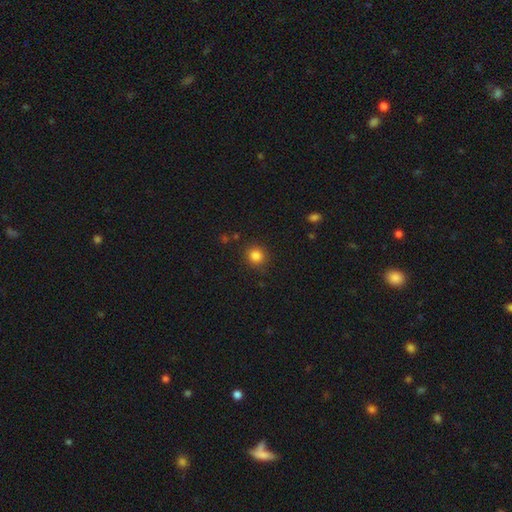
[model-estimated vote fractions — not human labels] This is clearly a smooth galaxy (84%). How rounded: clearly round (88%). Merging: clearly none (87%).